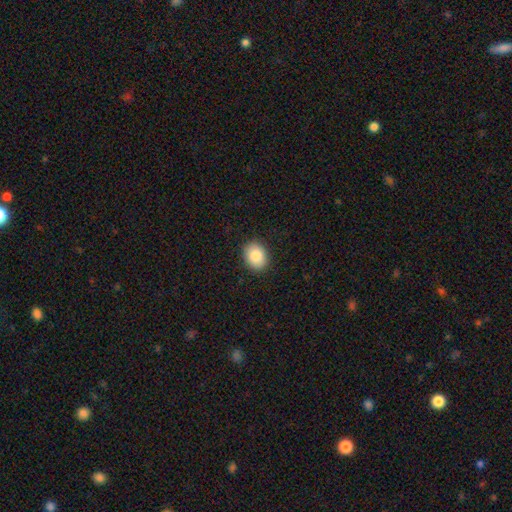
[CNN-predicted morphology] A smooth galaxy with no disk features (87%) that is in between round and cigar-shaped (60%). Merging: none (90%).